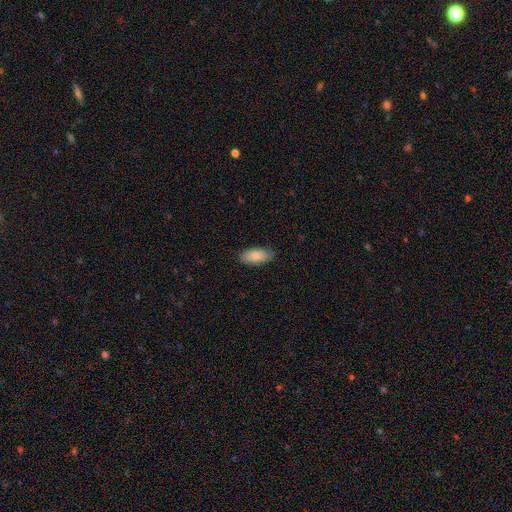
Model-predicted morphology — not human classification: smooth 82%, featured or disk 12%, star or artifact 6%. Down the decision tree: how rounded — in between (90%); merging — none (82%).